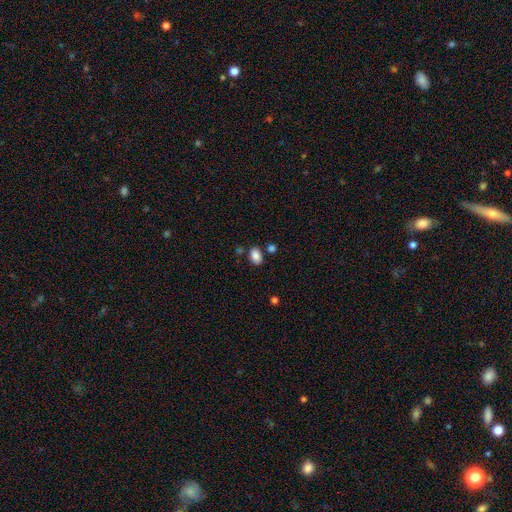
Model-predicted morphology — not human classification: type=smooth (87%); roundness=in between (82%); merging=none (78%).